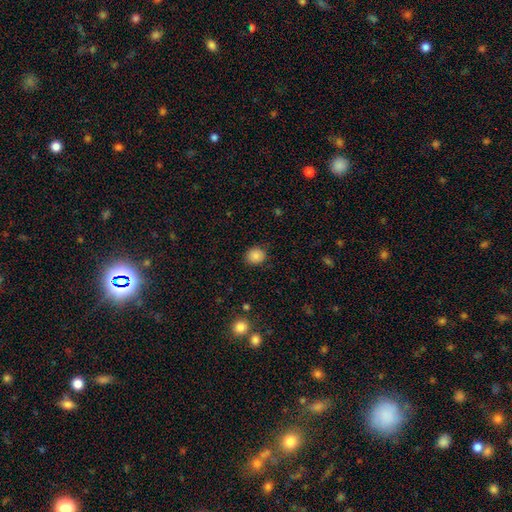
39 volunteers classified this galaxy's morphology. Smooth or featured: smooth — 85% (featured or disk — 8%)
How rounded: round — 88% (in between — 12%)
Merging: none — 97% (minor disturbance — 3%)